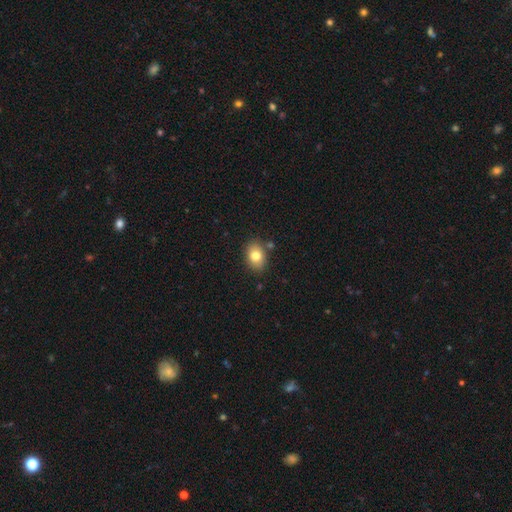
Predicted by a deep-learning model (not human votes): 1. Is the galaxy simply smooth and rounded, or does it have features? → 79% smooth, 11% featured or disk, 10% star or artifact.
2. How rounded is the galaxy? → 68% in between, 31% round, 1% cigar-shaped.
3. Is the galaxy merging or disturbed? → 83% none, 10% minor disturbance, 4% merger, 2% major disturbance.